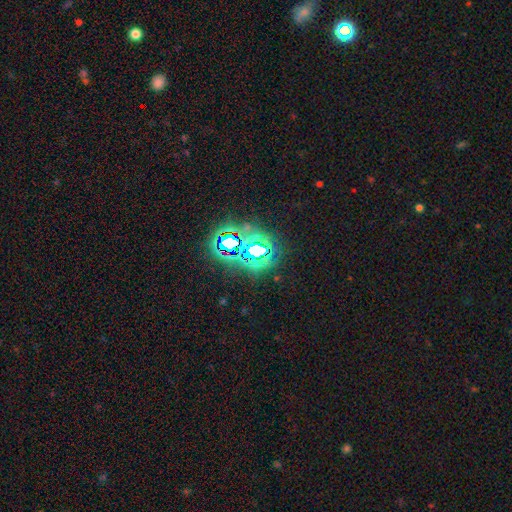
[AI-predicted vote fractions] smooth_or_featured: star or artifact (p=0.78) [alt: smooth p=0.13]